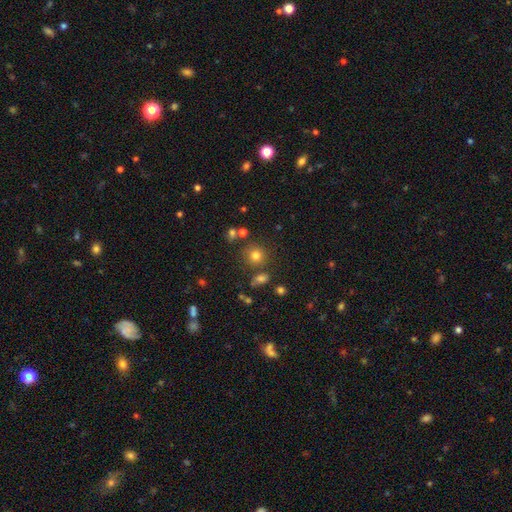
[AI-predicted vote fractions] Smooth or featured? smooth (76%)
How rounded? round (90%)
Merging? none (78%)